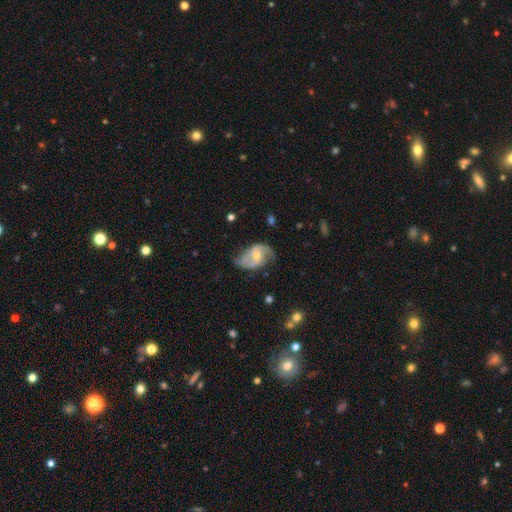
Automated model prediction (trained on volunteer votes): smooth_or_featured: featured or disk (p=0.76) [alt: smooth p=0.18]
disk_edge_on: no (p=0.97) [alt: yes p=0.03]
bar: no (p=0.59) [alt: weak p=0.33]
has_spiral_arms: yes (p=0.89) [alt: no p=0.11]
spiral_winding: loose (p=0.42) [alt: medium p=0.41]
spiral_arm_count: 2 (p=0.82) [alt: can't tell p=0.09]
bulge_size: small (p=0.51) [alt: moderate p=0.44]
merging: none (p=0.52) [alt: minor disturbance p=0.30]